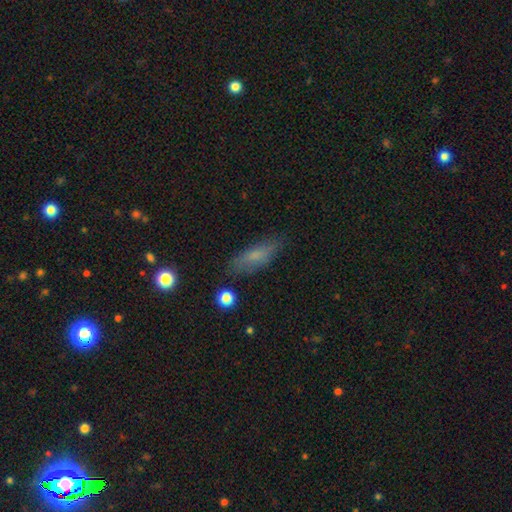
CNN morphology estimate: A smooth galaxy with no disk features (69%) that is in between round and cigar-shaped (55%).

Vote fractions:
- Smooth or featured? smooth: 69% / featured or disk: 20% / star or artifact: 10%
- How rounded? in between: 55% / cigar-shaped: 41% / round: 3%
- Merging? none: 79% / minor disturbance: 15% / major disturbance: 4% / merger: 2%